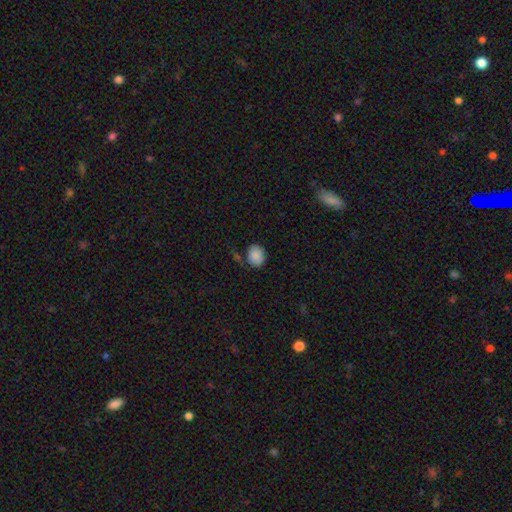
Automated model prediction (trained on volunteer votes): Q: Smooth or featured?
A: smooth (87%); runner-up: star or artifact (8%)
Q: How rounded?
A: round (63%); runner-up: in between (36%)
Q: Merging?
A: none (73%); runner-up: minor disturbance (18%)